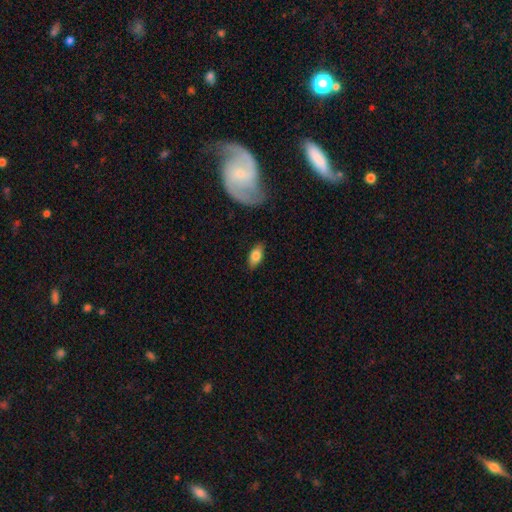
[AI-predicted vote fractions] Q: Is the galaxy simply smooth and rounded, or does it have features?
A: smooth — 75%.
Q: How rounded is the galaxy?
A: in between — 88%.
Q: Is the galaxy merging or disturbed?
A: none — 85%.